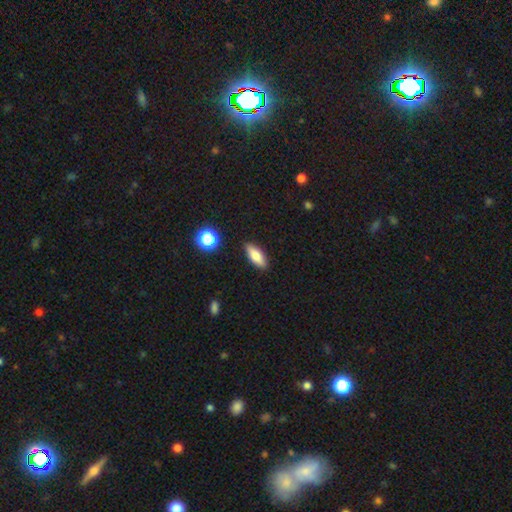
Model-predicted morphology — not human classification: This is likely a smooth galaxy (77%). How rounded: likely in between (70%). Merging: clearly none (88%).